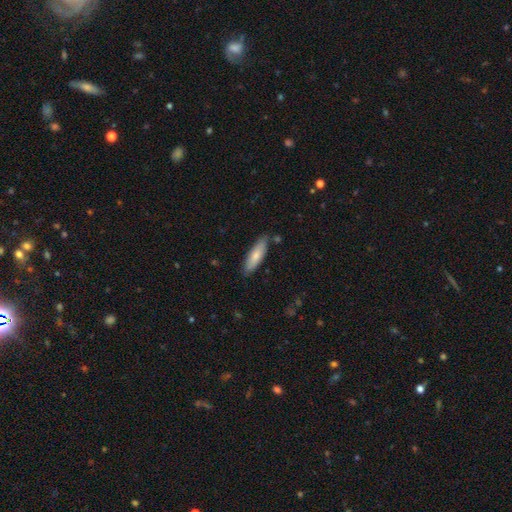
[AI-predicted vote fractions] Smooth or featured: smooth — 75% (featured or disk — 19%)
How rounded: cigar-shaped — 57% (in between — 42%)
Merging: none — 81% (minor disturbance — 14%)